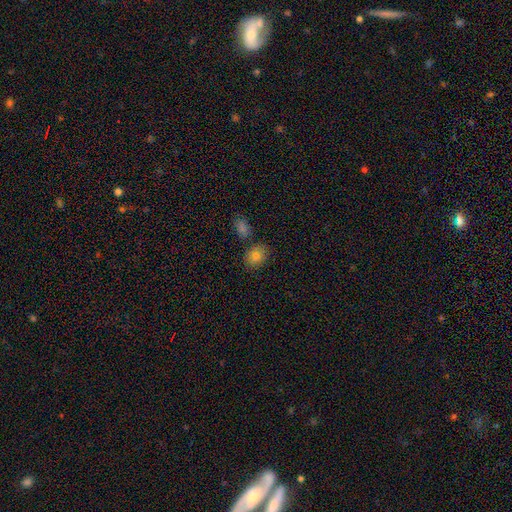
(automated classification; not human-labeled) A smooth galaxy with no disk features (82%) that is in between round and cigar-shaped (59%). Merging: none (74%).